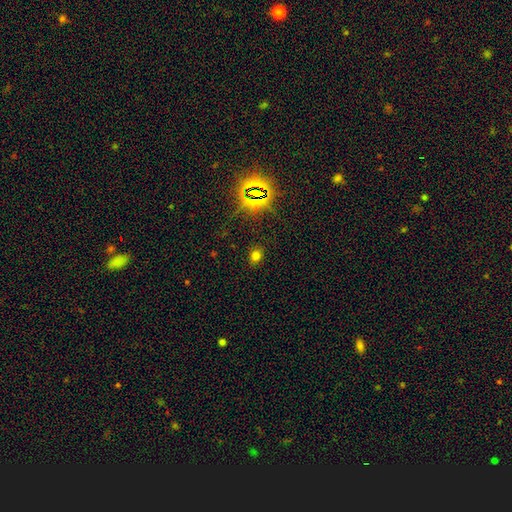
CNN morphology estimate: smooth-or-featured: smooth: 67% | star or artifact: 27% | featured or disk: 6%
  how-rounded: round: 51% | in between: 47% | cigar-shaped: 1%
  merging: none: 84% | minor disturbance: 10% | major disturbance: 4% | merger: 2%